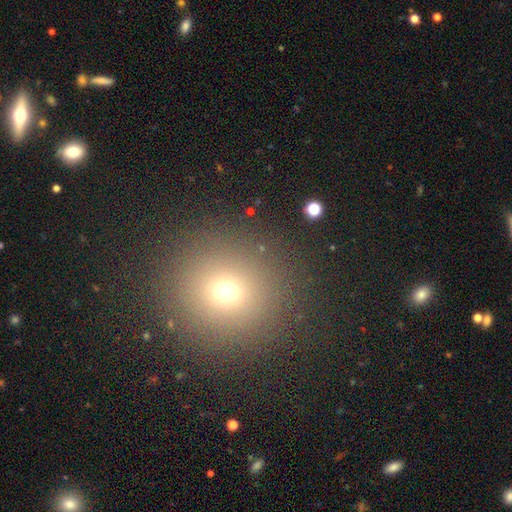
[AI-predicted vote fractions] Morphology: type=smooth (64%); roundness=round (92%); merging=none (90%).